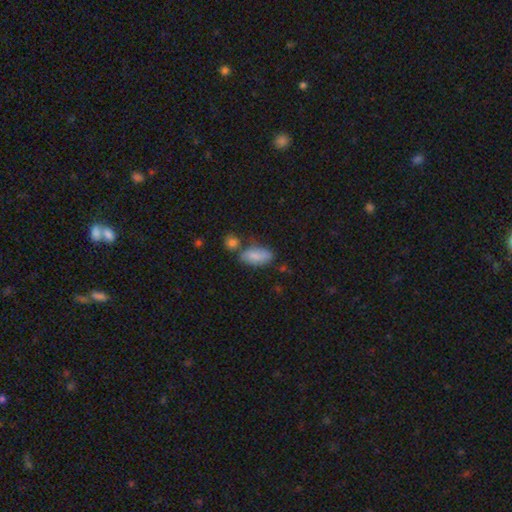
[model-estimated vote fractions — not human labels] A smooth galaxy with no disk features (80%) that is in between round and cigar-shaped (89%).

Vote fractions:
- Smooth or featured? smooth: 80% / featured or disk: 12% / star or artifact: 7%
- How rounded? in between: 89% / cigar-shaped: 8% / round: 4%
- Merging? none: 54% / minor disturbance: 21% / merger: 19% / major disturbance: 6%